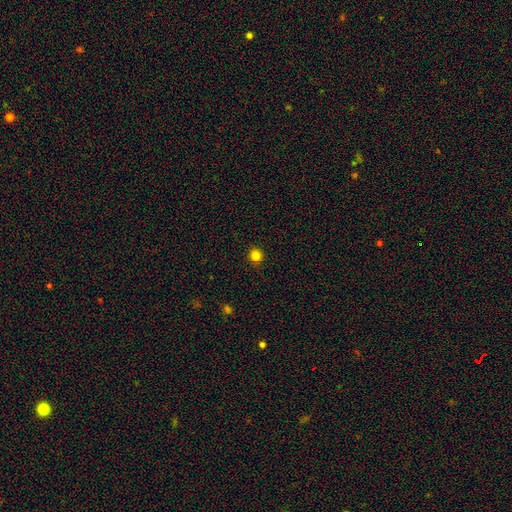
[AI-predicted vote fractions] smooth_or_featured: smooth (p=0.82) [alt: star or artifact p=0.13]
how_rounded: round (p=0.92) [alt: in between p=0.07]
merging: none (p=0.90) [alt: minor disturbance p=0.07]